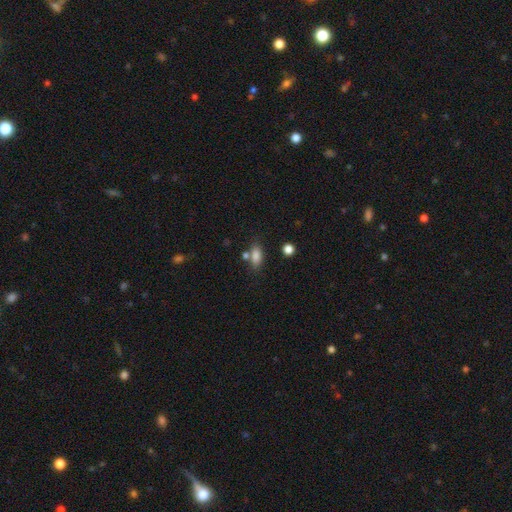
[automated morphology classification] smooth 82%, star or artifact 10%, featured or disk 8%. Down the decision tree: how rounded — in between (80%); merging — none (66%).